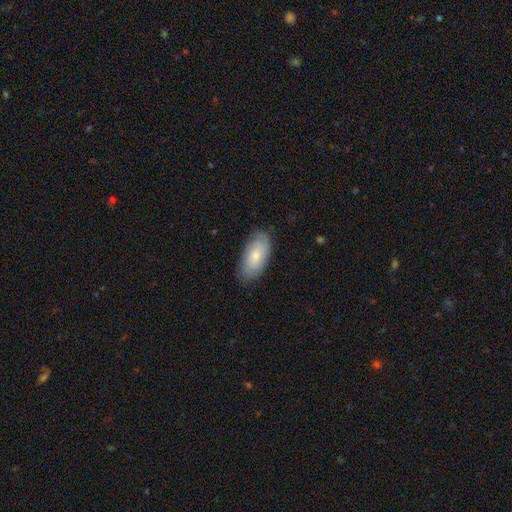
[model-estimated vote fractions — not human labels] This is likely a smooth galaxy (70%). How rounded: clearly in between (91%). Merging: likely none (78%).